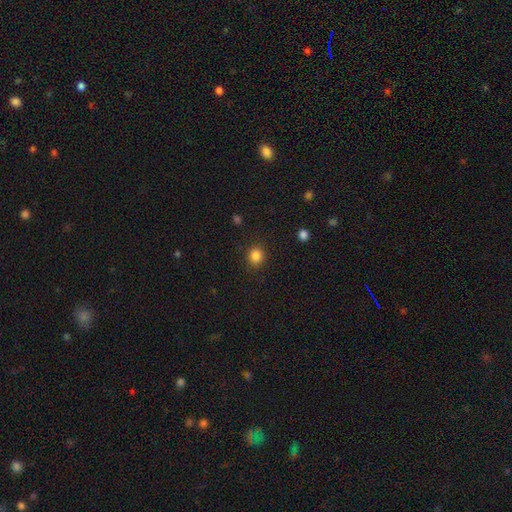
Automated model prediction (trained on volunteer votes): Morphology: type=smooth (85%); roundness=round (84%); merging=none (88%).